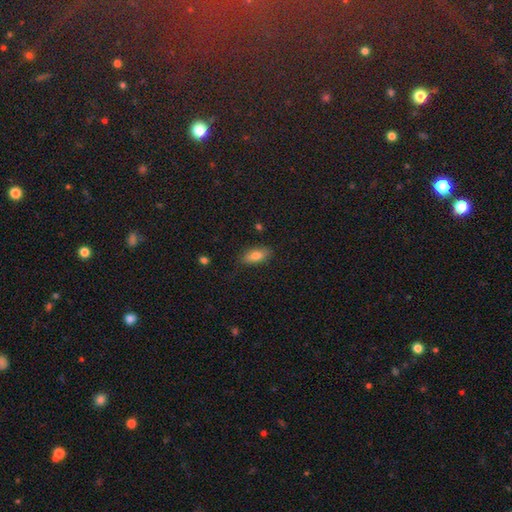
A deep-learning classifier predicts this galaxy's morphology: Q: Smooth or featured?
A: smooth (79%); runner-up: featured or disk (13%)
Q: How rounded?
A: in between (84%); runner-up: cigar-shaped (12%)
Q: Merging?
A: none (81%); runner-up: minor disturbance (14%)